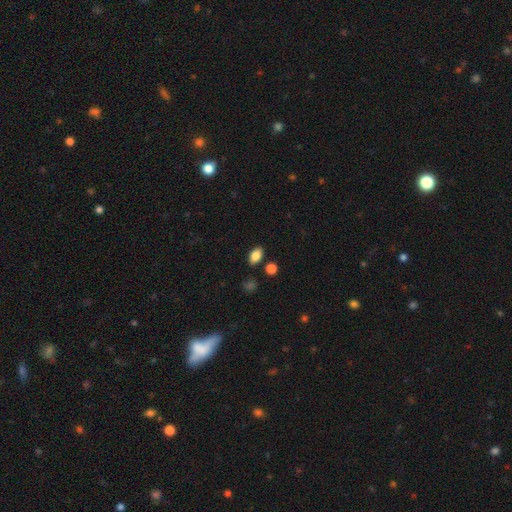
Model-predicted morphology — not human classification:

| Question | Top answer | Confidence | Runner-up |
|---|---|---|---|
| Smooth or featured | smooth | 85% | star or artifact (9%) |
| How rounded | in between | 88% | round (10%) |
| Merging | none | 84% | minor disturbance (10%) |